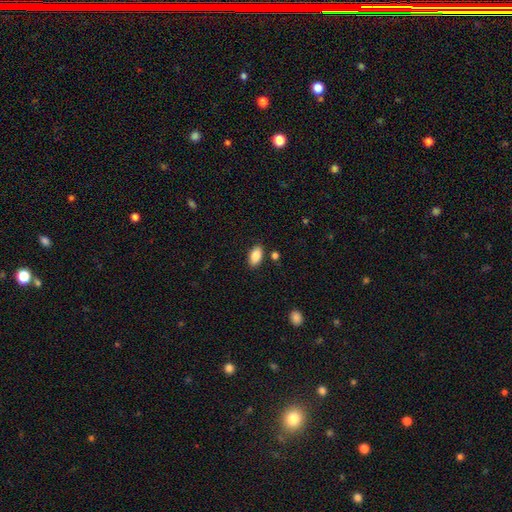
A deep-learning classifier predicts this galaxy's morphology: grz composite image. It shows a smooth galaxy with no disk features (86%) that is in between round and cigar-shaped (92%). Merging: none (85%).